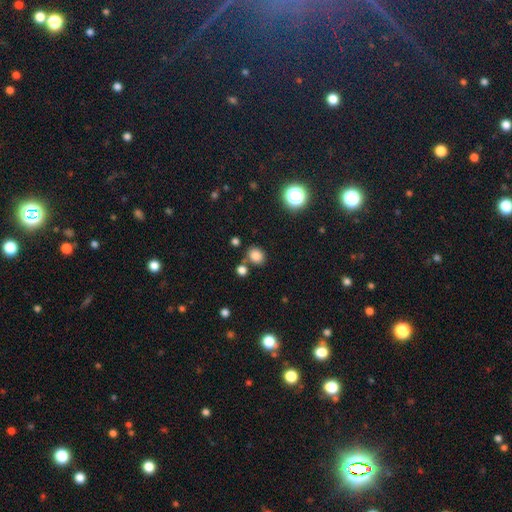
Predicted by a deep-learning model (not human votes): The model was most divided on "how rounded": round: 66%, in between: 33%, cigar-shaped: 1%. More confident: smooth or featured — smooth (80%); merging — none (73%).